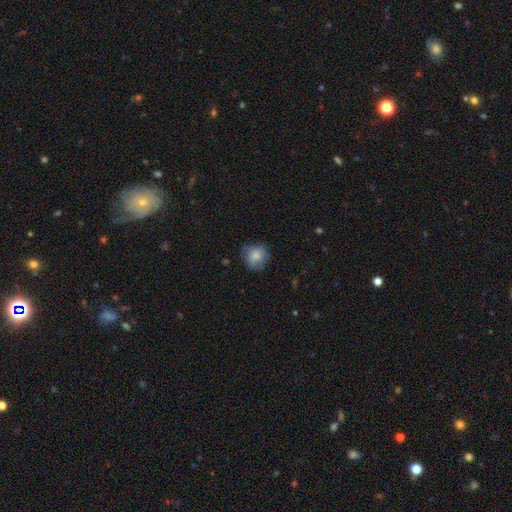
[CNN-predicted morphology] smooth_or_featured: smooth (p=0.79) [alt: featured or disk p=0.12]
how_rounded: round (p=0.85) [alt: in between p=0.14]
merging: none (p=0.68) [alt: minor disturbance p=0.25]